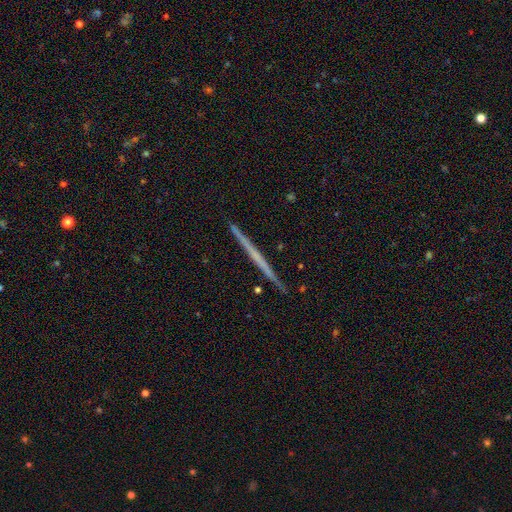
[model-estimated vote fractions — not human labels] Smooth or featured? featured or disk (62%)
Edge-on disk? yes (98%)
Edge-on bulge? none (87%)
Merging? none (92%)